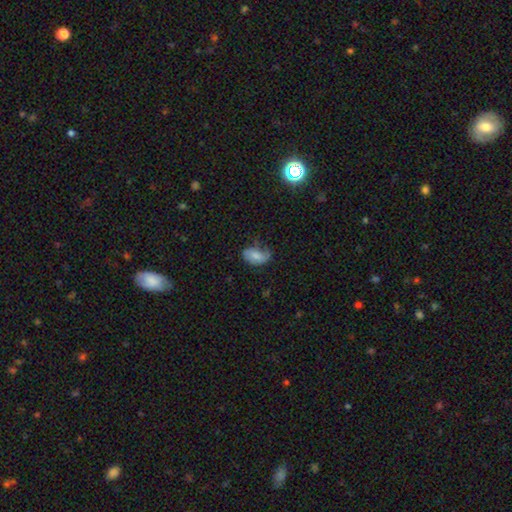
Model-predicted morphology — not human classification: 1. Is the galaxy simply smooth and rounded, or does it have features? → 68% smooth, 23% featured or disk, 9% star or artifact.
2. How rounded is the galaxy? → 90% in between, 8% round, 2% cigar-shaped.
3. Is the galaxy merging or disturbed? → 48% none, 35% minor disturbance, 14% major disturbance, 3% merger.